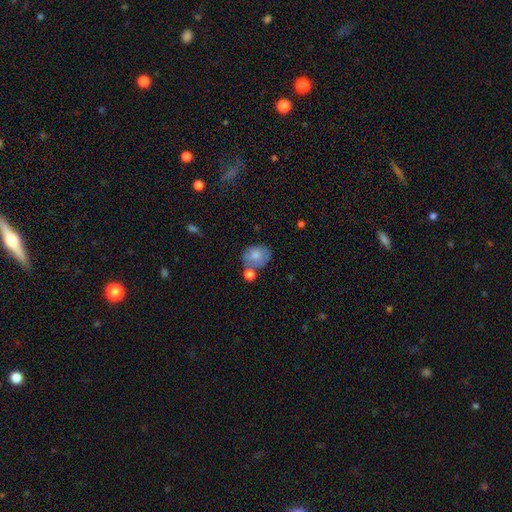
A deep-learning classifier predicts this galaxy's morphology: Q: Smooth or featured?
A: smooth (76%); runner-up: featured or disk (17%)
Q: How rounded?
A: in between (61%); runner-up: round (38%)
Q: Merging?
A: none (48%); runner-up: merger (25%)